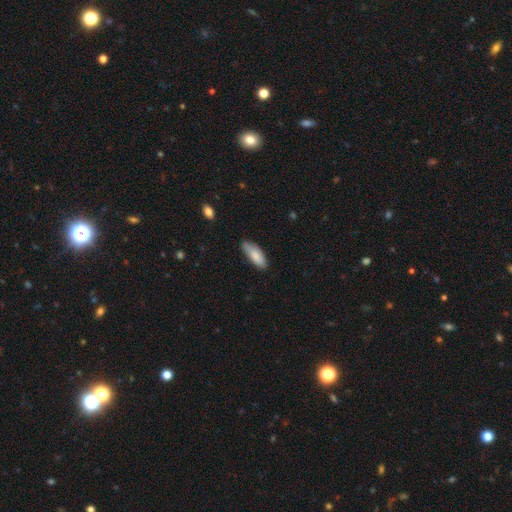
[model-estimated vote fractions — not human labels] smooth-or-featured: smooth: 85% | featured or disk: 10% | star or artifact: 6%
  how-rounded: in between: 72% | cigar-shaped: 27% | round: 2%
  merging: none: 76% | minor disturbance: 20% | major disturbance: 3% | merger: 1%